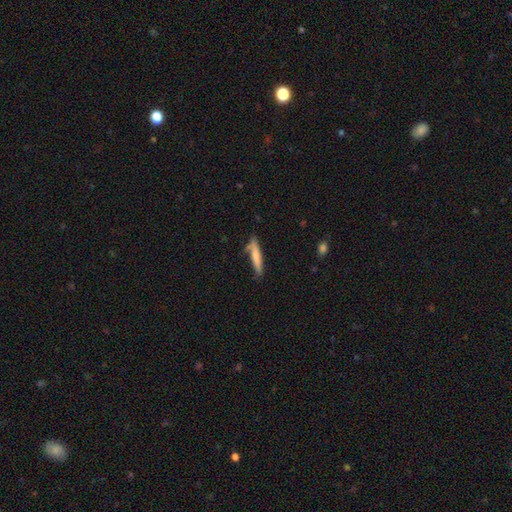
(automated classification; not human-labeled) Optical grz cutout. It shows a smooth galaxy with no disk features (71%) that is cigar-shaped (90%). Merging: none (66%).